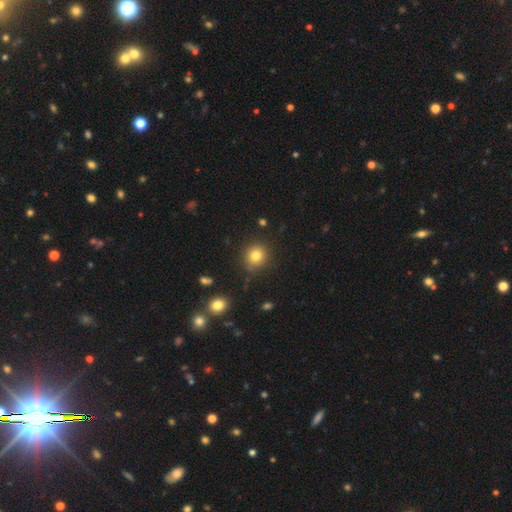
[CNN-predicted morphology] Smooth or featured? Predicted: smooth (p=0.81). How rounded? Predicted: round (p=0.84). Merging? Predicted: none (p=0.84).